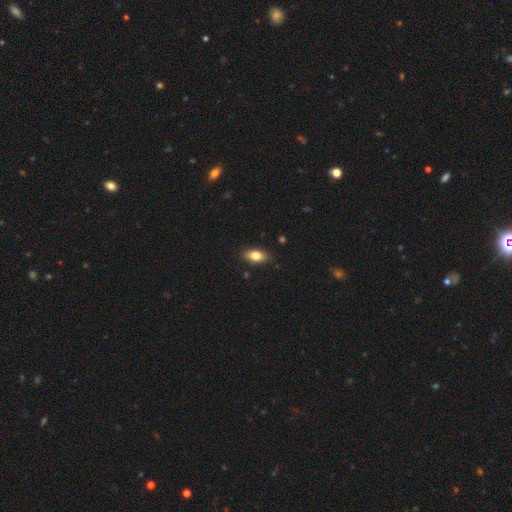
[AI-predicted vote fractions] smooth 81%, featured or disk 11%, star or artifact 8%. Down the decision tree: how rounded — in between (88%); merging — none (86%).